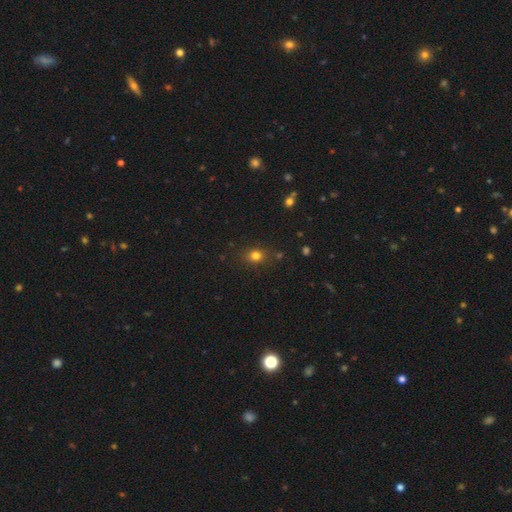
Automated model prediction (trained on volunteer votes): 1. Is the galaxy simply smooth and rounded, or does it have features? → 79% smooth, 15% star or artifact, 7% featured or disk.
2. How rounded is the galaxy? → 64% round, 35% in between, 1% cigar-shaped.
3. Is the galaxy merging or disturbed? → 82% none, 12% minor disturbance, 4% major disturbance, 3% merger.